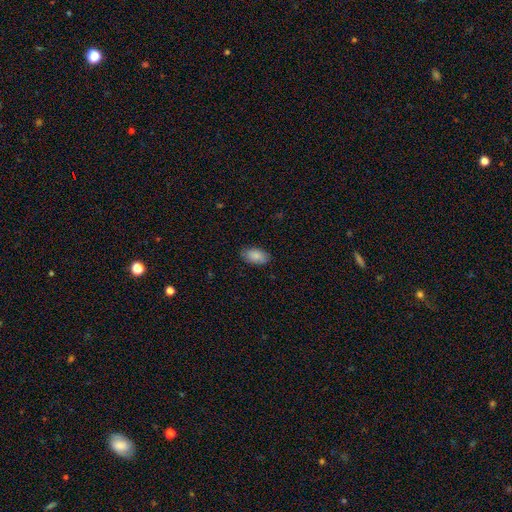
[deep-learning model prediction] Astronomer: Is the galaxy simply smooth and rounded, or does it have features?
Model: smooth — 87%.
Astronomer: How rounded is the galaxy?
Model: in between — 94%.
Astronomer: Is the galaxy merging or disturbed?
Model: none — 85%.